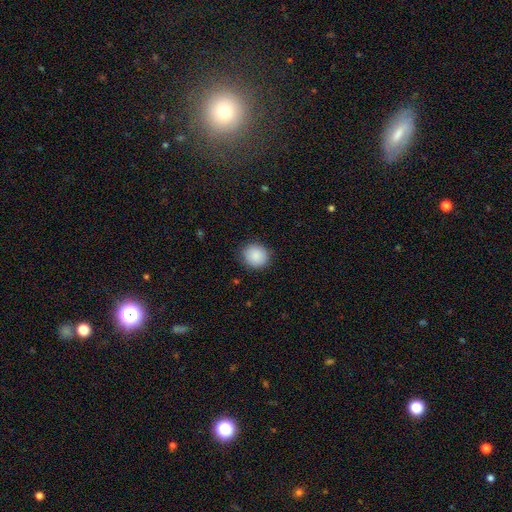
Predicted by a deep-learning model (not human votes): The model was most divided on "how rounded": round: 83%, in between: 16%, cigar-shaped: 1%. More confident: smooth or featured — smooth (89%); merging — none (87%).